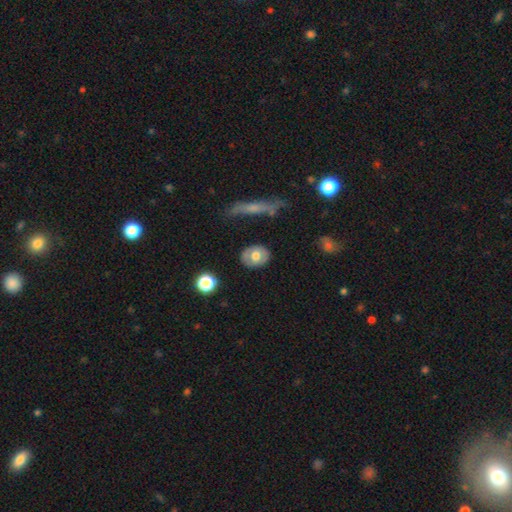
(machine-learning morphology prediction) A smooth galaxy with no disk features (62%) that is round (51%). Merging: none (82%).